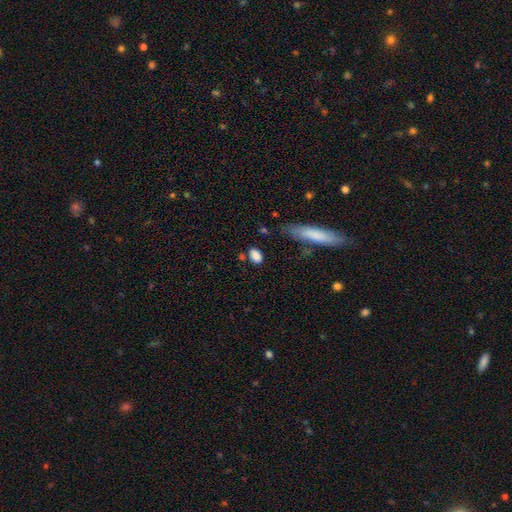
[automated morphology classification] This is clearly a smooth galaxy (86%). How rounded: clearly in between (86%). Merging: likely none (75%).